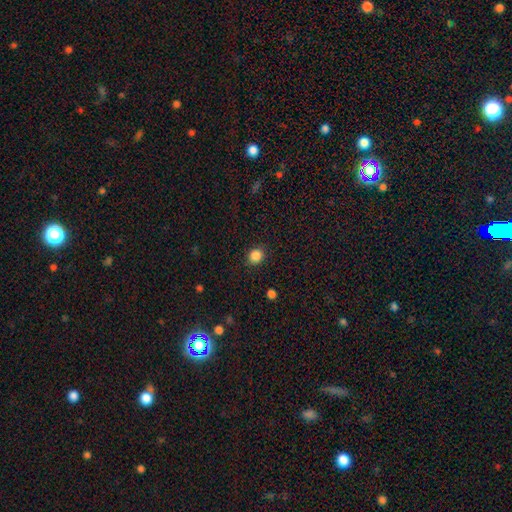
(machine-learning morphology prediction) Q: Smooth or featured?
A: smooth (86%); runner-up: star or artifact (11%)
Q: How rounded?
A: round (79%); runner-up: in between (20%)
Q: Merging?
A: none (90%); runner-up: minor disturbance (7%)